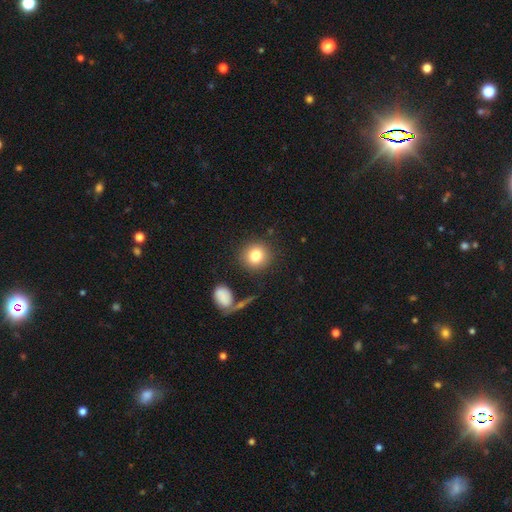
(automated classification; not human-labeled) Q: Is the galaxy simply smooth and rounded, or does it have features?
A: smooth — 82%.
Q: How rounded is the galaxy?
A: round — 88%.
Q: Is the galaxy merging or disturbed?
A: none — 84%.